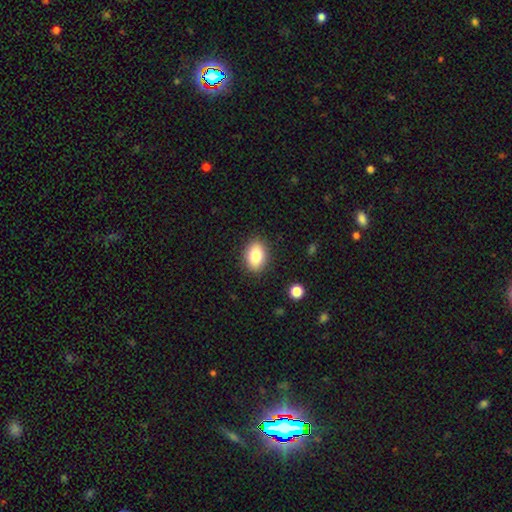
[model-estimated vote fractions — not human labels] This is clearly a smooth galaxy (82%). How rounded: likely in between (80%). Merging: clearly none (87%).